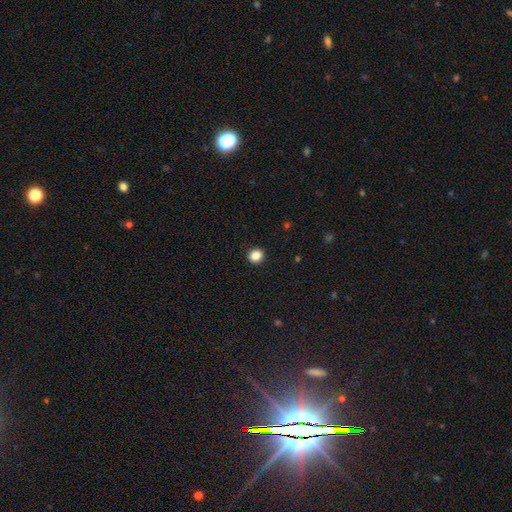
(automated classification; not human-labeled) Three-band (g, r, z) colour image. It shows a smooth galaxy with no disk features (86%) that is round (88%). Merging: none (93%).